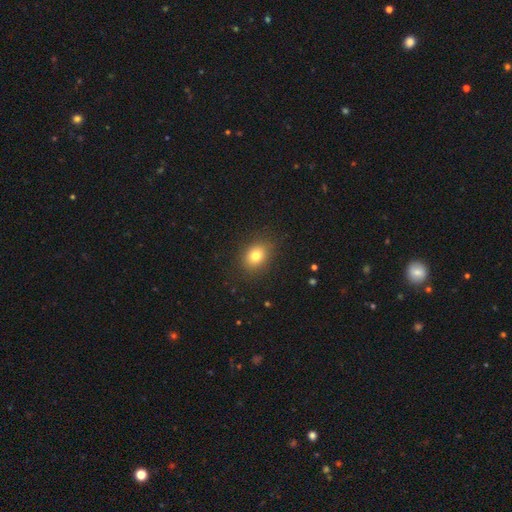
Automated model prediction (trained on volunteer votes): smooth_or_featured: smooth (p=0.78) [alt: star or artifact p=0.12]
how_rounded: in between (p=0.53) [alt: round p=0.46]
merging: none (p=0.87) [alt: minor disturbance p=0.09]